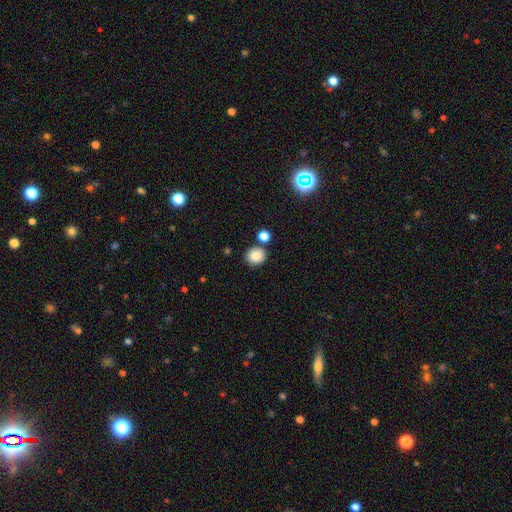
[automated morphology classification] Smooth or featured? smooth (86%)
How rounded? round (85%)
Merging? none (77%)